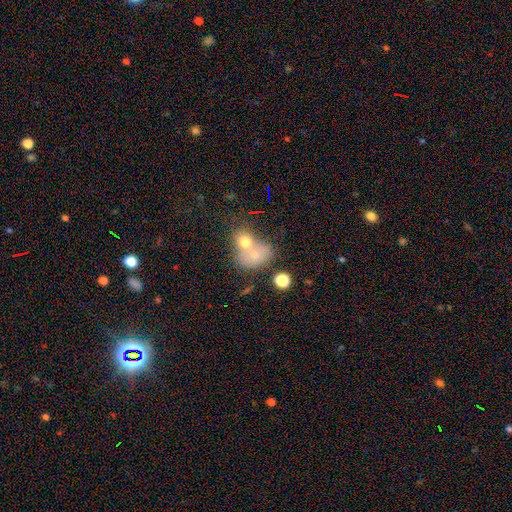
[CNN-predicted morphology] A smooth galaxy with no disk features (68%) that is in between round and cigar-shaped (64%). Merging: merger (56%).